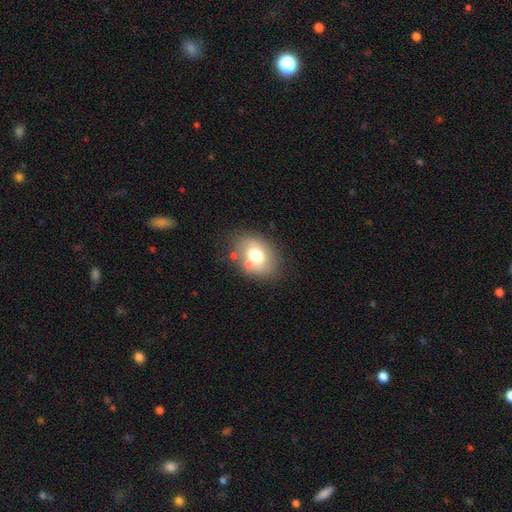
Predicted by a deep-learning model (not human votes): Smooth or featured? smooth (66%)
How rounded? in between (67%)
Merging? none (65%)